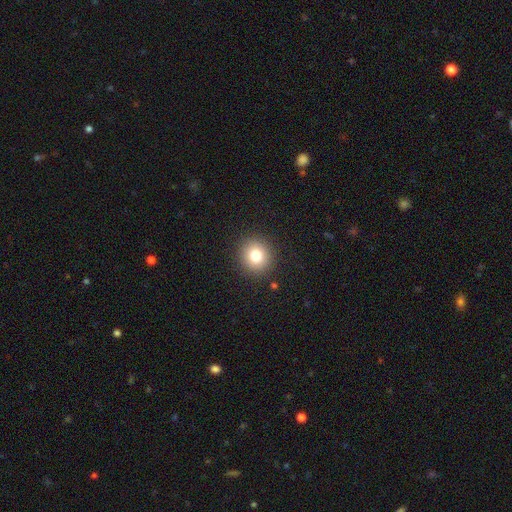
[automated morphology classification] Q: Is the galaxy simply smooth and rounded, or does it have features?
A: smooth — 80%.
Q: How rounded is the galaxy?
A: round — 88%.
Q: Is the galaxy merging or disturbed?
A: none — 90%.